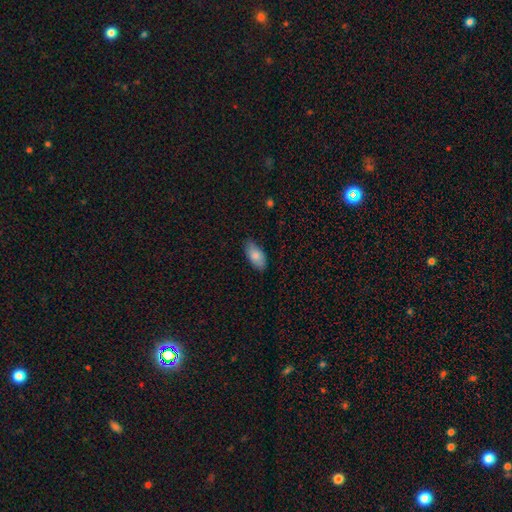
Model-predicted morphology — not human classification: A smooth galaxy with no disk features (82%) that is in between round and cigar-shaped (92%). Merging: none (81%).